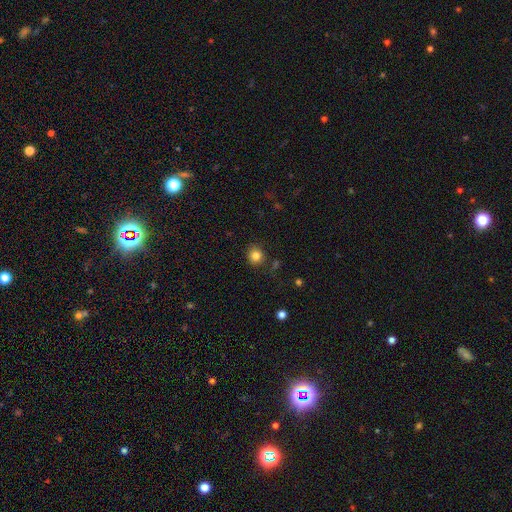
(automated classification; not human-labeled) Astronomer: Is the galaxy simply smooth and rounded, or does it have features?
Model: smooth — 83%.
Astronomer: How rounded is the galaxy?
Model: round — 88%.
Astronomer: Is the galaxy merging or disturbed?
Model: none — 84%.